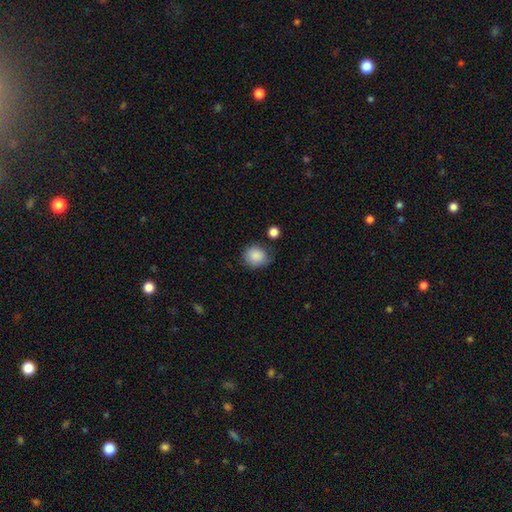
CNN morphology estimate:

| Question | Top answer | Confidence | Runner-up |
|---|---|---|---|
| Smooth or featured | smooth | 87% | star or artifact (8%) |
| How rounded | round | 81% | in between (19%) |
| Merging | none | 70% | minor disturbance (22%) |